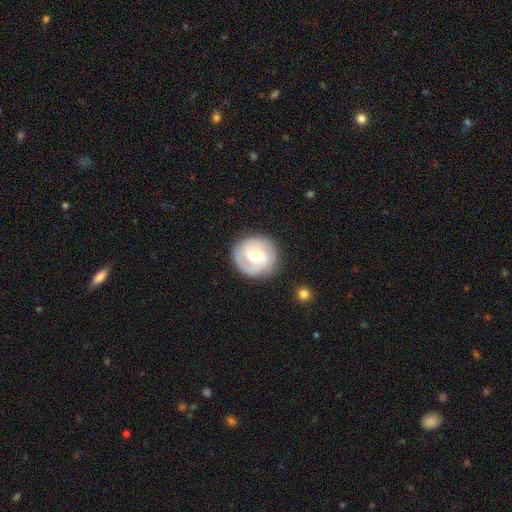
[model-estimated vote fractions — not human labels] Q: Smooth or featured?
A: featured or disk (73%); runner-up: smooth (21%)
Q: Edge-on disk?
A: no (98%); runner-up: yes (2%)
Q: Bar?
A: weak (56%); runner-up: no (29%)
Q: Spiral arms?
A: yes (93%); runner-up: no (7%)
Q: Spiral winding?
A: tight (45%); runner-up: medium (42%)
Q: Spiral arm count?
A: 2 (68%); runner-up: can't tell (12%)
Q: Bulge size?
A: moderate (61%); runner-up: small (29%)
Q: Merging?
A: none (85%); runner-up: minor disturbance (10%)